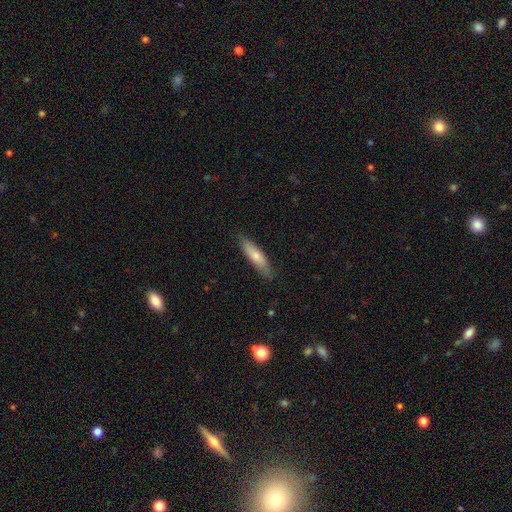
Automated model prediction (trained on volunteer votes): smooth_or_featured: smooth (p=0.70) [alt: featured or disk p=0.24]
how_rounded: cigar-shaped (p=0.72) [alt: in between p=0.26]
merging: none (p=0.82) [alt: minor disturbance p=0.15]